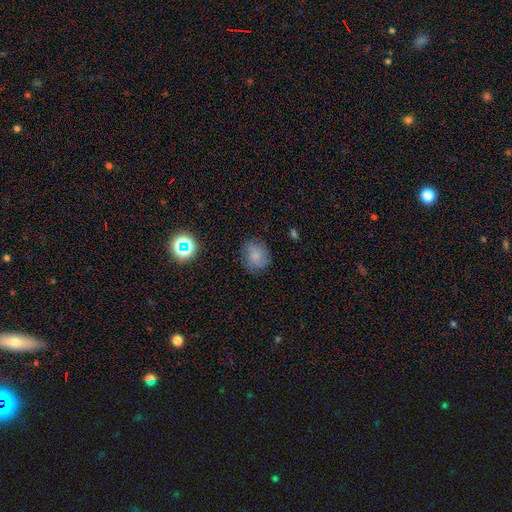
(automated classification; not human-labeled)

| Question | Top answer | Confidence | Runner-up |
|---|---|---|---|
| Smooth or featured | smooth | 76% | star or artifact (12%) |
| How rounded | round | 77% | in between (22%) |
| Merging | none | 78% | minor disturbance (16%) |